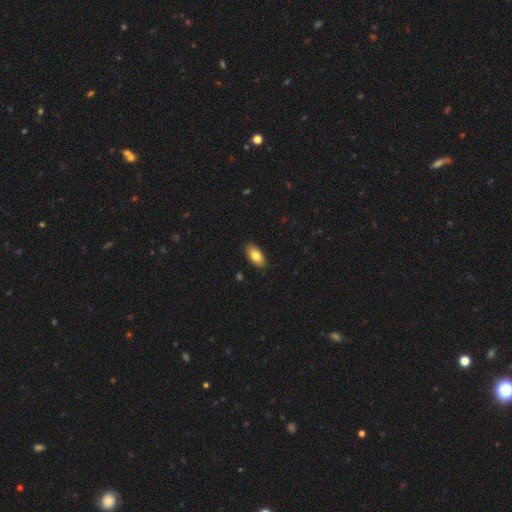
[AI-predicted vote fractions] This is likely a smooth galaxy (80%). How rounded: clearly in between (92%). Merging: clearly none (89%).